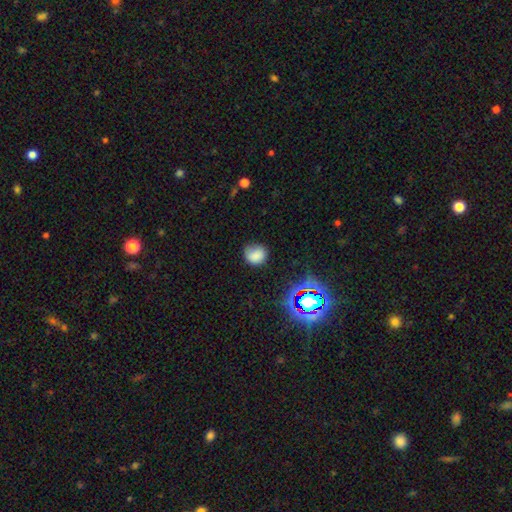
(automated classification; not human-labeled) The model was most divided on "merging": none: 67%, minor disturbance: 24%, major disturbance: 7%, merger: 2%. More confident: smooth or featured — smooth (77%); how rounded — round (75%).